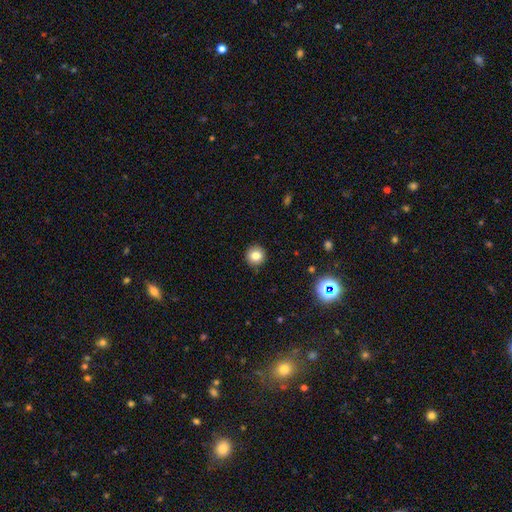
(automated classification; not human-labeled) Smooth or featured? Predicted: smooth (p=0.82). How rounded? Predicted: round (p=0.95). Merging? Predicted: none (p=0.91).